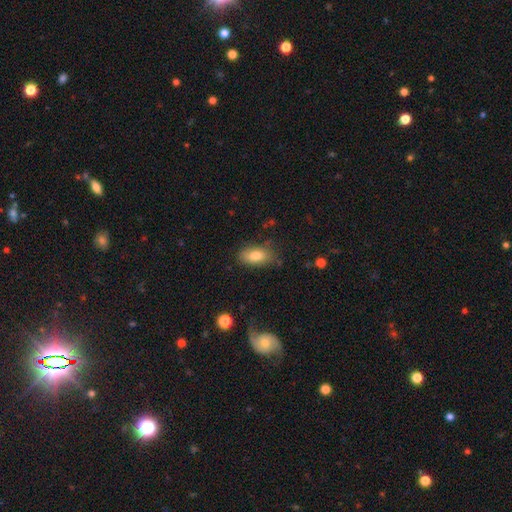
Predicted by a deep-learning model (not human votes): Smooth or featured?
  - smooth: 81% *
  - featured or disk: 11%
  - star or artifact: 8%
How rounded?
  - in between: 88% *
  - cigar-shaped: 7%
  - round: 5%
Merging?
  - none: 77% *
  - minor disturbance: 17%
  - major disturbance: 4%
  - merger: 2%